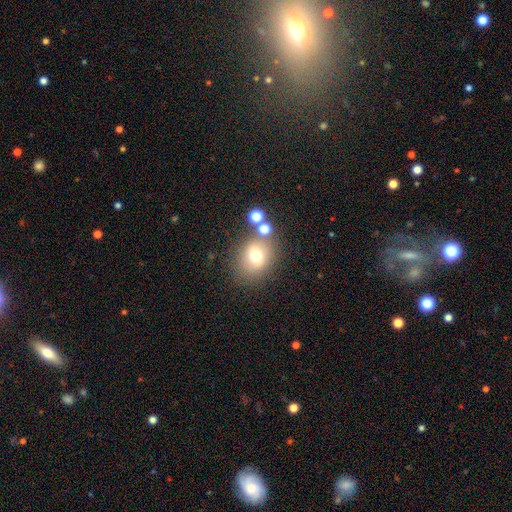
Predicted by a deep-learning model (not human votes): smooth 70%, featured or disk 15%, star or artifact 15%. Down the decision tree: how rounded — round (68%); merging — none (69%).